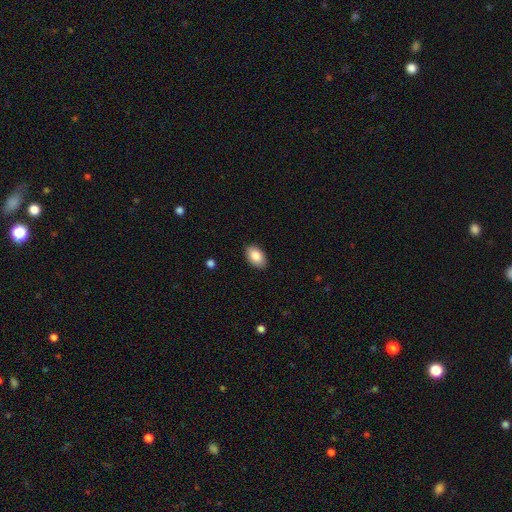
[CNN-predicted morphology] Q: Smooth or featured?
A: smooth (86%); runner-up: star or artifact (7%)
Q: How rounded?
A: in between (92%); runner-up: round (7%)
Q: Merging?
A: none (89%); runner-up: minor disturbance (9%)